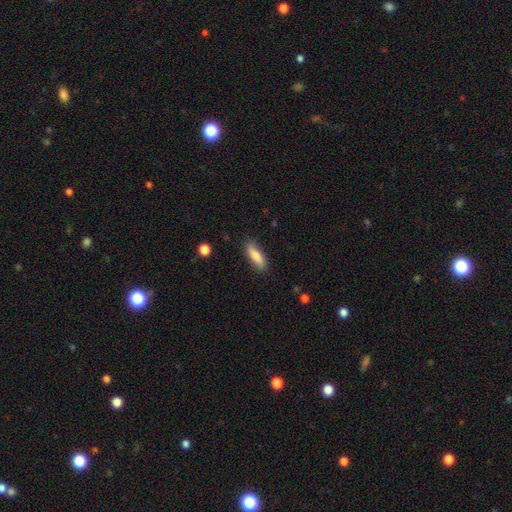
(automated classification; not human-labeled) Smooth or featured?
  - smooth: 75% *
  - featured or disk: 19%
  - star or artifact: 6%
How rounded?
  - in between: 51% *
  - cigar-shaped: 46%
  - round: 2%
Merging?
  - none: 83% *
  - minor disturbance: 13%
  - major disturbance: 3%
  - merger: 1%